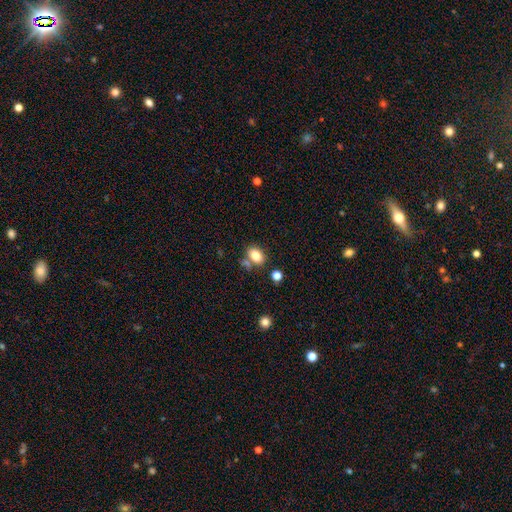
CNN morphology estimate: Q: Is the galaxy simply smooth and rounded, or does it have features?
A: smooth — 81%.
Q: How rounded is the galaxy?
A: in between — 77%.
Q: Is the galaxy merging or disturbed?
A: none — 64%.